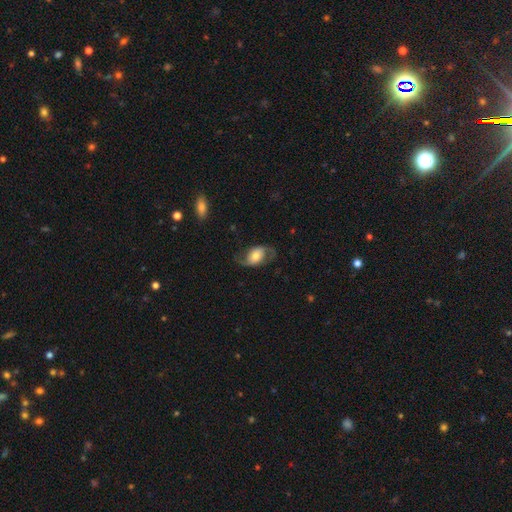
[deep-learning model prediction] smooth_or_featured: featured or disk (p=0.64) [alt: smooth p=0.29]
disk_edge_on: no (p=0.95) [alt: yes p=0.05]
bar: no (p=0.56) [alt: weak p=0.30]
has_spiral_arms: yes (p=0.88) [alt: no p=0.12]
spiral_winding: loose (p=0.62) [alt: medium p=0.30]
spiral_arm_count: 2 (p=0.90) [alt: can't tell p=0.04]
bulge_size: moderate (p=0.43) [alt: large p=0.26]
merging: none (p=0.66) [alt: minor disturbance p=0.19]